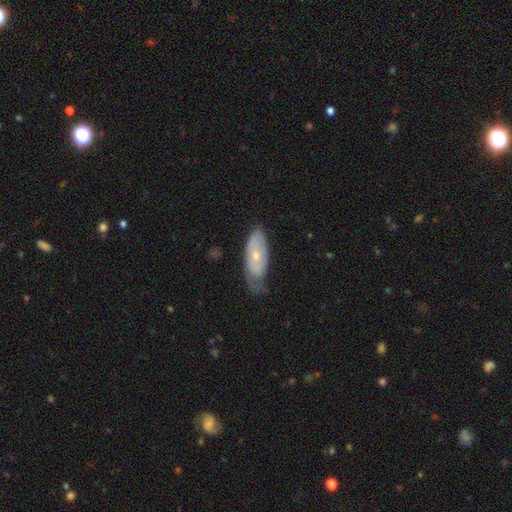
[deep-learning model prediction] smooth-or-featured: featured or disk: 54% | smooth: 40% | star or artifact: 6%
  disk-edge-on: no: 82% | yes: 18%
  merging: none: 50% | minor disturbance: 36% | major disturbance: 12% | merger: 2%